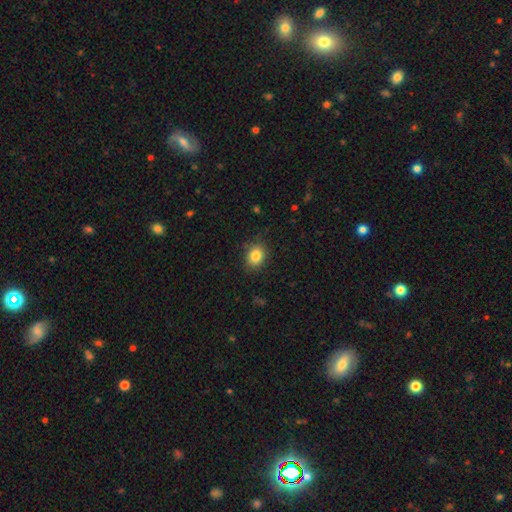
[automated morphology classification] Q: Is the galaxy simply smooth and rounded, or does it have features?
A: smooth — 83%.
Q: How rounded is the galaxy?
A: round — 54%.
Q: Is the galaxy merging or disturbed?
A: none — 85%.